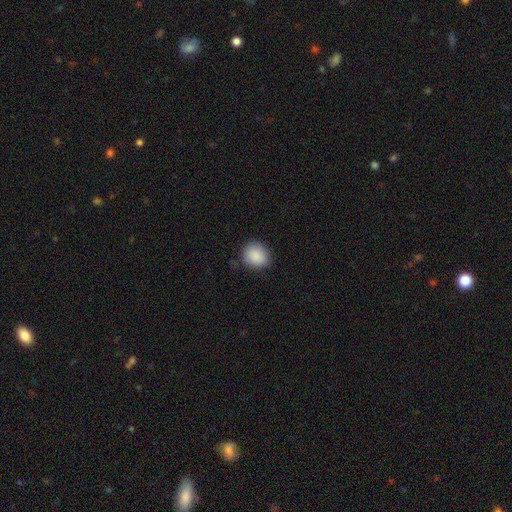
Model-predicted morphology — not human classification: Overall: smooth (89%). How rounded: round (70%). Merging: none (78%).